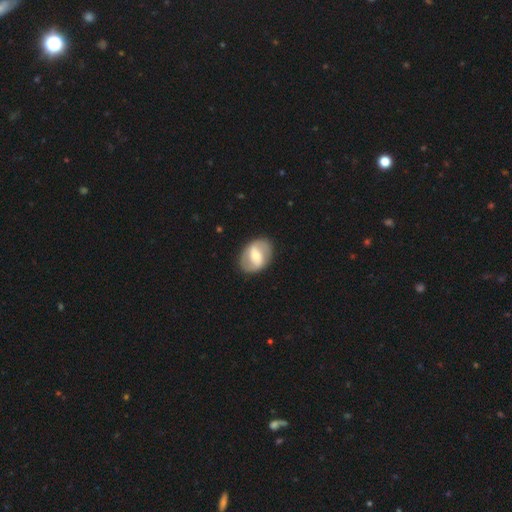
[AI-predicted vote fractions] Smooth or featured?
  - featured or disk: 67% *
  - smooth: 28%
  - star or artifact: 5%
Edge-on disk?
  - no: 96% *
  - yes: 4%
Bar?
  - strong: 41% *
  - weak: 39%
  - no: 20%
Spiral arms?
  - yes: 68% *
  - no: 32%
Bulge size?
  - moderate: 58% *
  - small: 34%
  - large: 5%
  - none: 1%
  - dominant: 1%
Merging?
  - none: 86% *
  - minor disturbance: 10%
  - major disturbance: 3%
  - merger: 1%